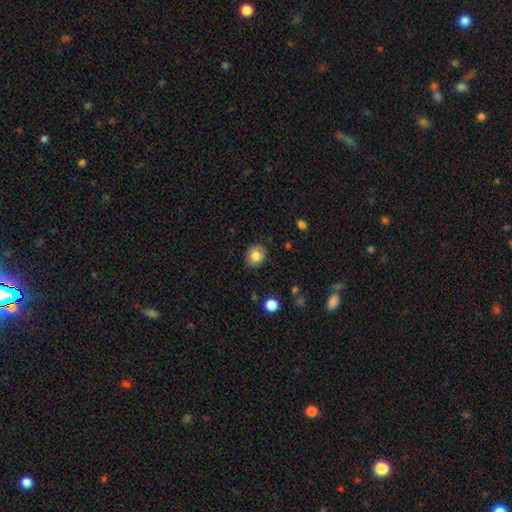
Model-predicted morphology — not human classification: Q: Smooth or featured?
A: smooth (80%); runner-up: featured or disk (11%)
Q: How rounded?
A: round (67%); runner-up: in between (32%)
Q: Merging?
A: none (84%); runner-up: minor disturbance (13%)